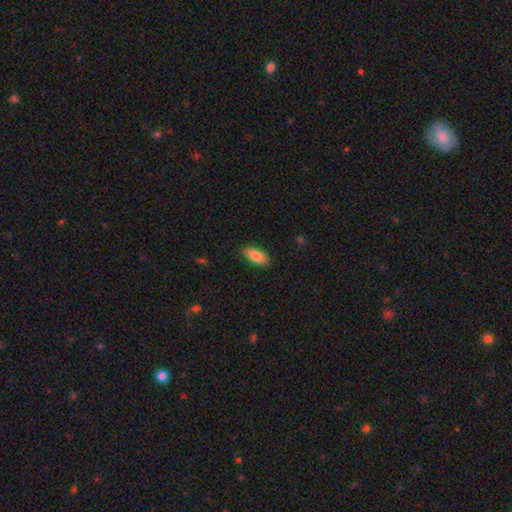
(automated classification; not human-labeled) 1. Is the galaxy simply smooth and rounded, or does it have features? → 86% smooth, 8% featured or disk, 6% star or artifact.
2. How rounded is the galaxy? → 89% in between, 9% cigar-shaped, 2% round.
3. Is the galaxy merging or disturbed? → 88% none, 9% minor disturbance, 2% major disturbance, 1% merger.